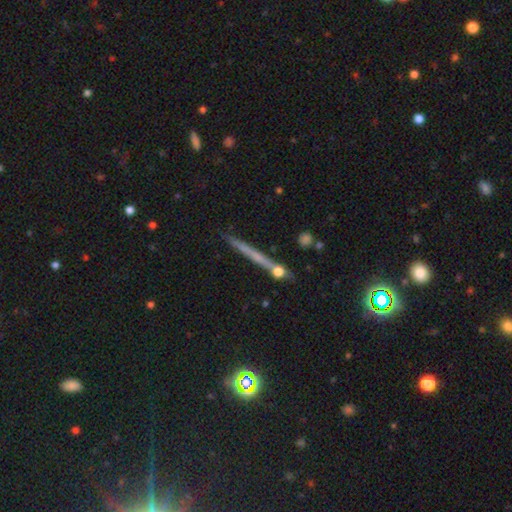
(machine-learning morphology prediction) smooth-or-featured: featured or disk: 48% | smooth: 38% | star or artifact: 13%
  merging: none: 82% | minor disturbance: 10% | merger: 6% | major disturbance: 3%